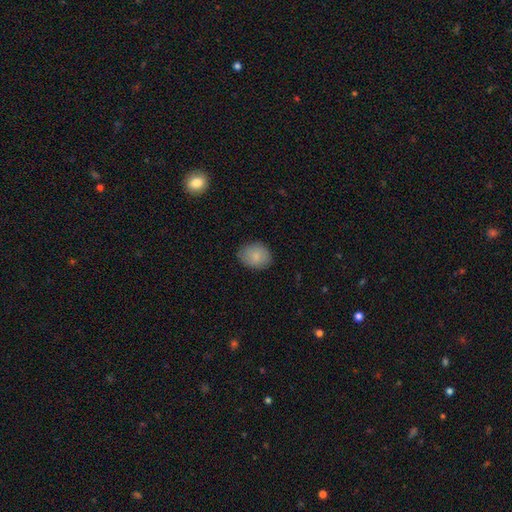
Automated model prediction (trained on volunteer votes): smooth_or_featured: smooth (p=0.84) [alt: featured or disk p=0.09]
how_rounded: round (p=0.51) [alt: in between p=0.48]
merging: none (p=0.84) [alt: minor disturbance p=0.13]